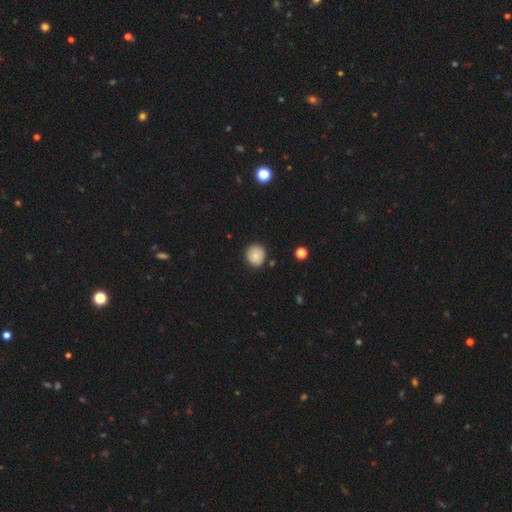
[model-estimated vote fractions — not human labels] The model was most divided on "smooth or featured": smooth: 80%, featured or disk: 12%, star or artifact: 9%. More confident: how rounded — round (90%); merging — none (84%).